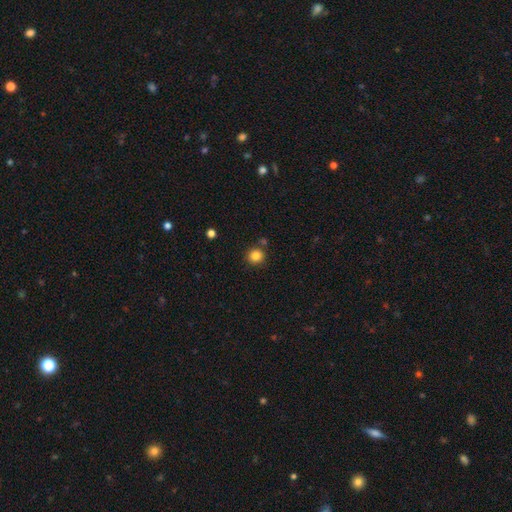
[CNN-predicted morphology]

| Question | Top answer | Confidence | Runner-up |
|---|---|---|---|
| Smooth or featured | smooth | 84% | star or artifact (11%) |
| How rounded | round | 91% | in between (8%) |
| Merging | none | 82% | minor disturbance (9%) |